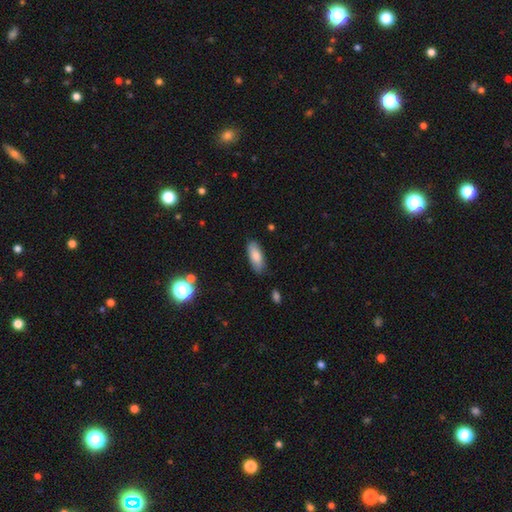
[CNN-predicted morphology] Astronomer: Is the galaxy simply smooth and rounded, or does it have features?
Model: smooth — 83%.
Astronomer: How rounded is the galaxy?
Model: in between — 77%.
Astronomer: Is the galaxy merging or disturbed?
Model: none — 82%.